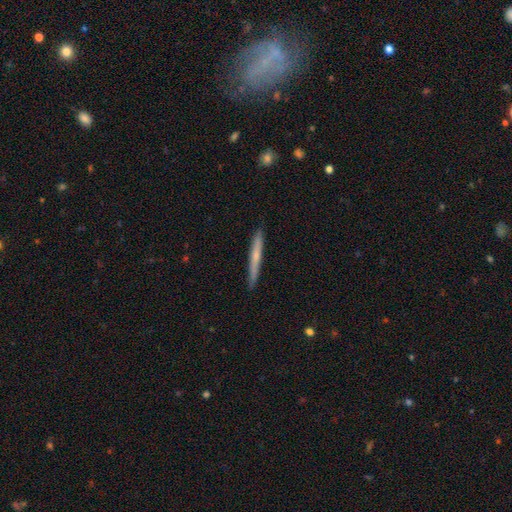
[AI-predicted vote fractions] Smooth or featured? Predicted: smooth (p=0.50). Merging? Predicted: none (p=0.89).